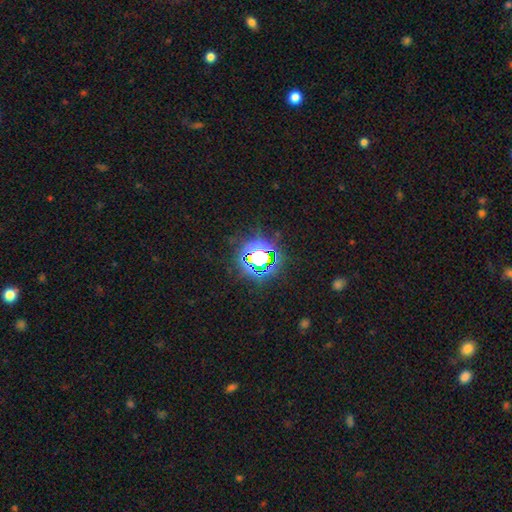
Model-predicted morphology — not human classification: type=star or artifact (76%).